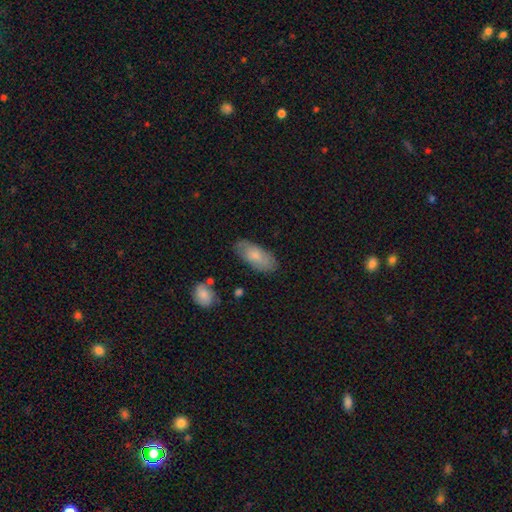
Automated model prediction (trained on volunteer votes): Q: Smooth or featured?
A: smooth (76%); runner-up: featured or disk (18%)
Q: How rounded?
A: in between (88%); runner-up: cigar-shaped (10%)
Q: Merging?
A: none (78%); runner-up: minor disturbance (16%)